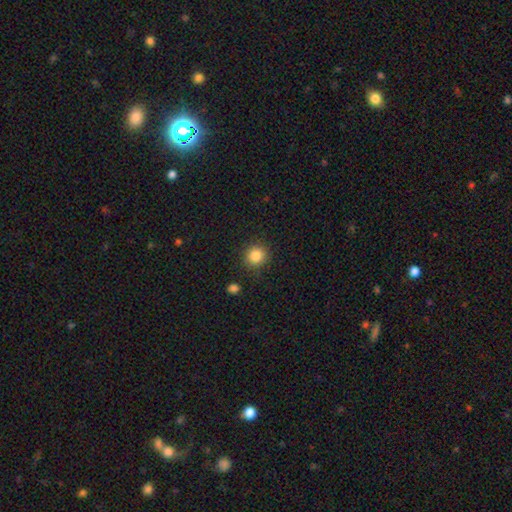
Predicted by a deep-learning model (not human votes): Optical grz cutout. It shows a smooth galaxy with no disk features (85%) that is round (90%). Merging: none (87%).